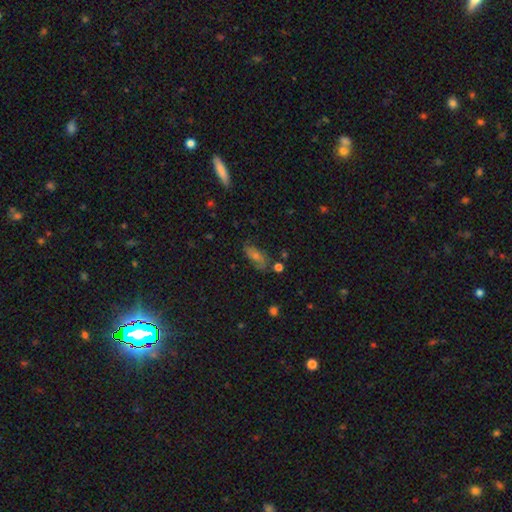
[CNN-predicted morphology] smooth-or-featured: featured or disk: 43% | smooth: 34% | star or artifact: 23%
  merging: none: 73% | minor disturbance: 17% | major disturbance: 6% | merger: 4%